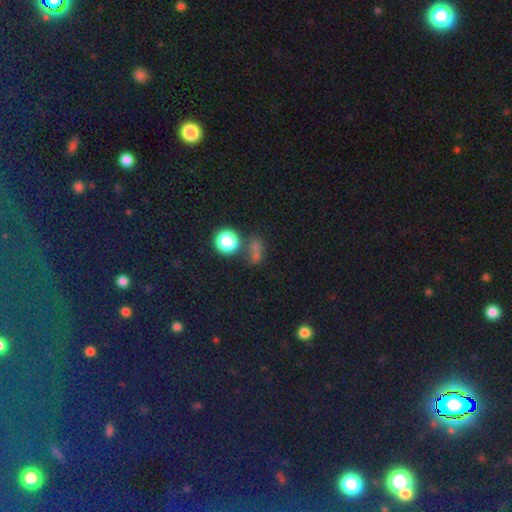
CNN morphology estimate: A smooth galaxy with no disk features (57%) that is round (65%).

Vote fractions:
- Smooth or featured? smooth: 57% / star or artifact: 34% / featured or disk: 9%
- How rounded? round: 65% / in between: 30% / cigar-shaped: 6%
- Merging? none: 53% / merger: 27% / minor disturbance: 12% / major disturbance: 8%